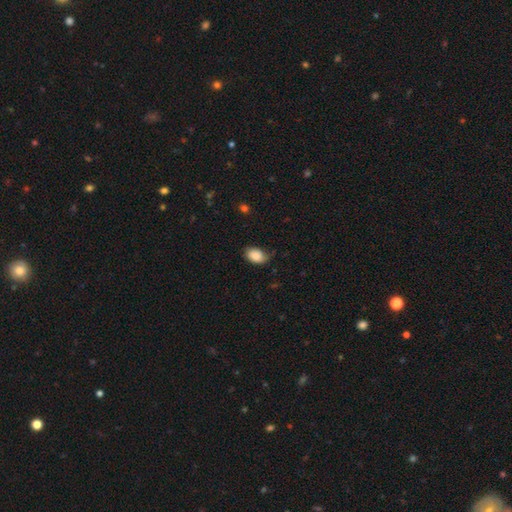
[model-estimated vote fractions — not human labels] A smooth galaxy with no disk features (86%) that is in between round and cigar-shaped (88%). Merging: none (65%).